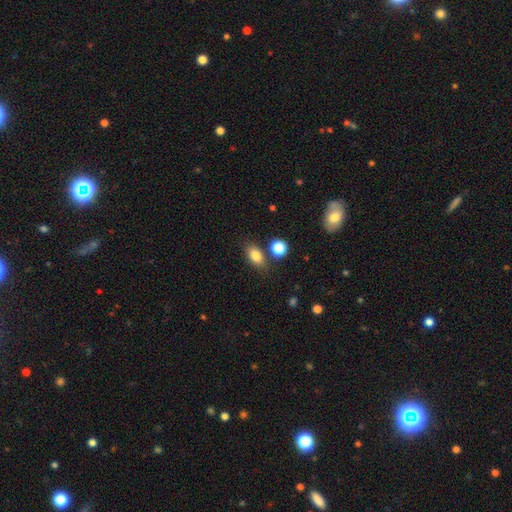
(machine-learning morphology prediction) A smooth galaxy with no disk features (83%) that is in between round and cigar-shaped (82%).

Vote fractions:
- Smooth or featured? smooth: 83% / star or artifact: 10% / featured or disk: 7%
- How rounded? in between: 82% / round: 15% / cigar-shaped: 3%
- Merging? none: 75% / minor disturbance: 13% / merger: 9% / major disturbance: 4%